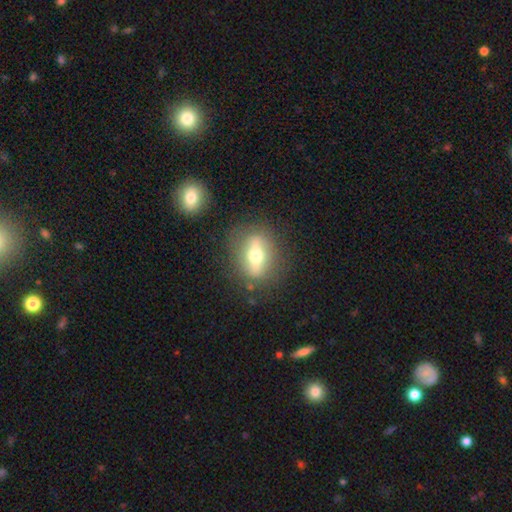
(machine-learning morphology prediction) Overall: featured or disk (57%; smooth 35%). Edge-on disk: yes (50%, tied with no). Merging: none (79%).